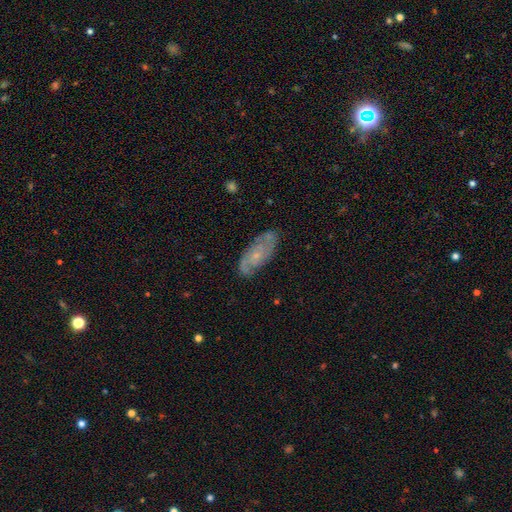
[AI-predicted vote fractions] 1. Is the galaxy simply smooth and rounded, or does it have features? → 74% featured or disk, 19% smooth, 7% star or artifact.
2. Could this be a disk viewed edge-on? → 92% no, 8% yes.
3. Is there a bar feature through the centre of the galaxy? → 72% no, 24% weak, 4% strong.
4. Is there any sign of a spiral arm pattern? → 90% yes, 10% no.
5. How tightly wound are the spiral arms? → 43% tight, 42% medium, 14% loose.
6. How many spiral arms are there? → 66% 2, 20% can't tell, 7% 3, 3% 1, 2% 4, 2% more than 4.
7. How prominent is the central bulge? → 74% small, 18% moderate, 7% none, 1% large, 1% dominant.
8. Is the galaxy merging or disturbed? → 77% none, 17% minor disturbance, 4% major disturbance, 2% merger.